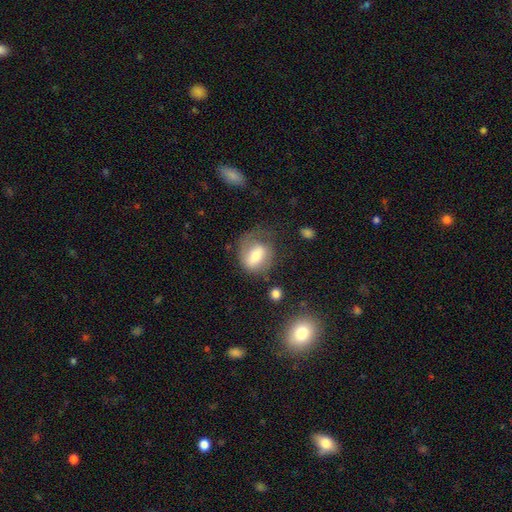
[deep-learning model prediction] smooth-or-featured: smooth: 54% | featured or disk: 38% | star or artifact: 8%
  how-rounded: in between: 50% | round: 47% | cigar-shaped: 3%
  merging: none: 48% | major disturbance: 25% | minor disturbance: 24% | merger: 3%